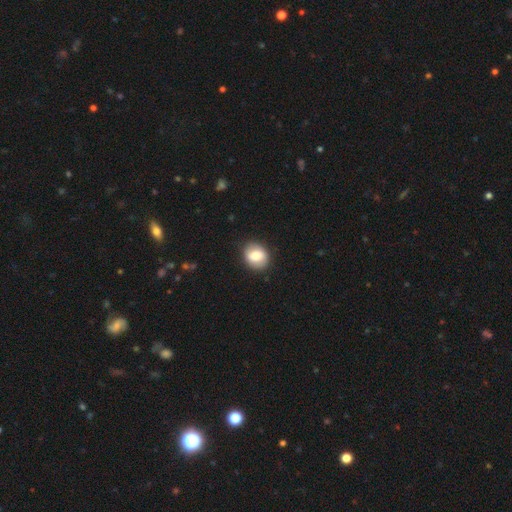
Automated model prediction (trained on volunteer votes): smooth_or_featured: smooth (p=0.70) [alt: featured or disk p=0.23]
how_rounded: round (p=0.59) [alt: in between p=0.40]
merging: none (p=0.86) [alt: minor disturbance p=0.10]